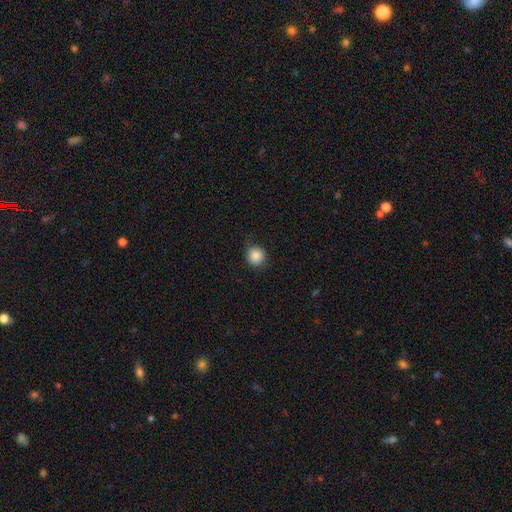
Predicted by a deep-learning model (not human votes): Morphology: type=smooth (86%); roundness=round (90%); merging=none (78%).